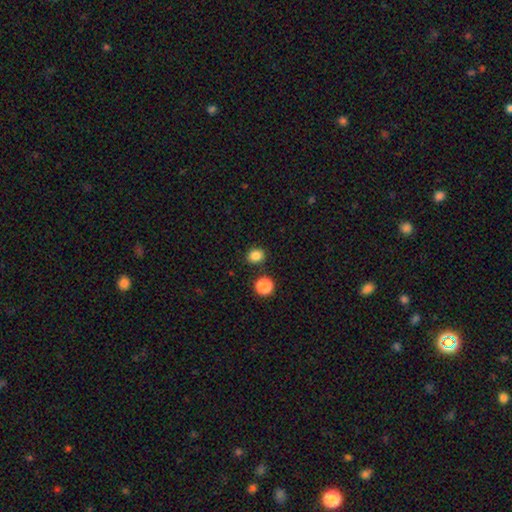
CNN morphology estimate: Smooth or featured?
  - smooth: 84% *
  - star or artifact: 12%
  - featured or disk: 4%
How rounded?
  - round: 76% *
  - in between: 23%
  - cigar-shaped: 1%
Merging?
  - none: 86% *
  - minor disturbance: 7%
  - merger: 5%
  - major disturbance: 2%